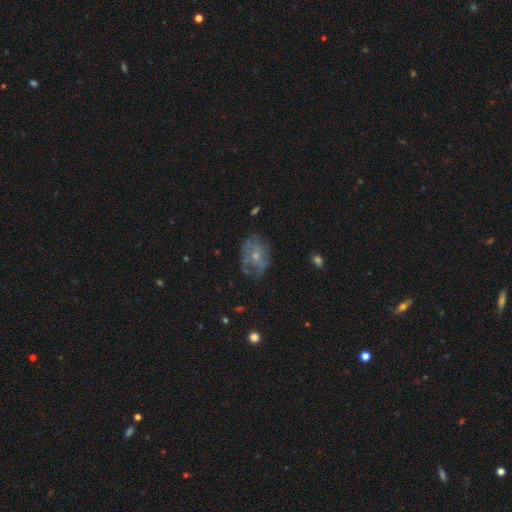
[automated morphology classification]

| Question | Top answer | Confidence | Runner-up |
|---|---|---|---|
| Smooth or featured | featured or disk | 55% | smooth (35%) |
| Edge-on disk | no | 96% | yes (4%) |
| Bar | no | 82% | weak (16%) |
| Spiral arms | no | 60% | yes (40%) |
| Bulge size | small | 65% | moderate (28%) |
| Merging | none | 50% | minor disturbance (26%) |